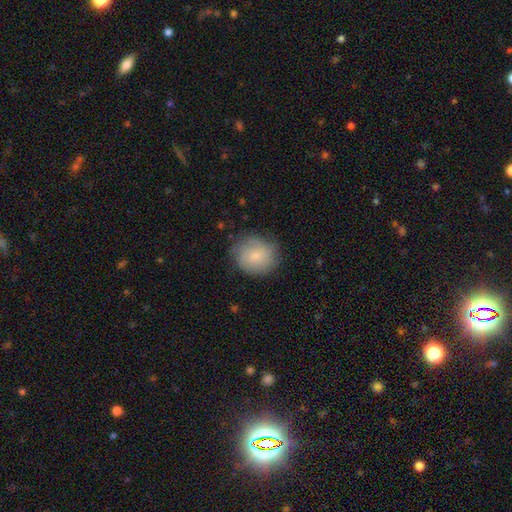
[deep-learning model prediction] Smooth or featured?
  - smooth: 68% *
  - featured or disk: 24%
  - star or artifact: 8%
How rounded?
  - round: 79% *
  - in between: 20%
  - cigar-shaped: 1%
Merging?
  - none: 76% *
  - minor disturbance: 18%
  - major disturbance: 5%
  - merger: 1%